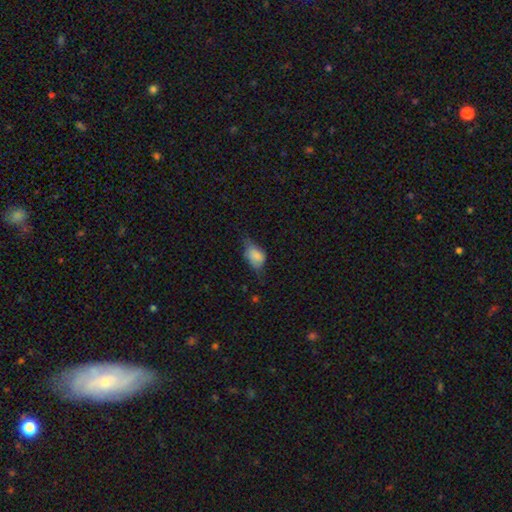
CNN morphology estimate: smooth_or_featured: smooth (p=0.73) [alt: featured or disk p=0.18]
how_rounded: in between (p=0.86) [alt: round p=0.11]
merging: minor disturbance (p=0.40) [alt: none p=0.37]